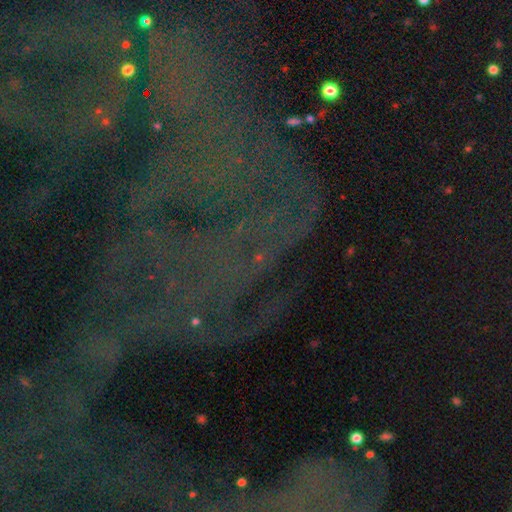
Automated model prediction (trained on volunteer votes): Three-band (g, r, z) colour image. It shows a star or artifact, not a galaxy (78%).